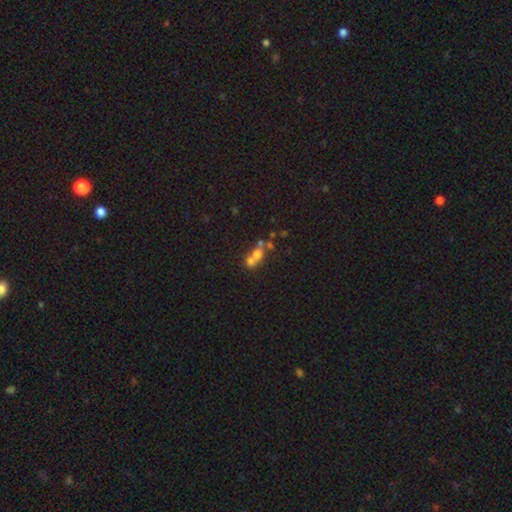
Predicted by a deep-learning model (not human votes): Overall: smooth (56%; featured or disk 27%). How rounded: round (59%; in between 37%). Merging: merger (60%; none 27%).